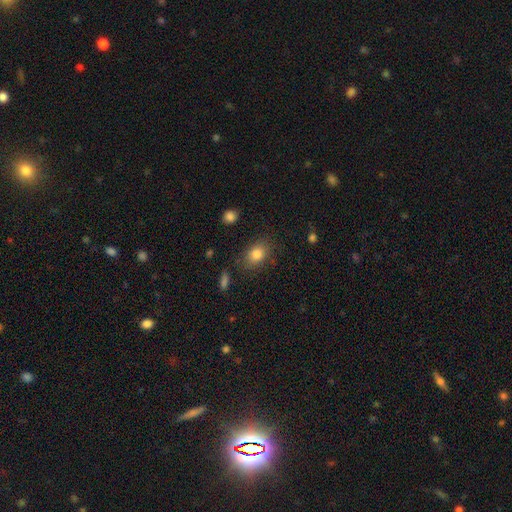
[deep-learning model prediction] Smooth or featured? smooth (82%)
How rounded? in between (73%)
Merging? none (79%)